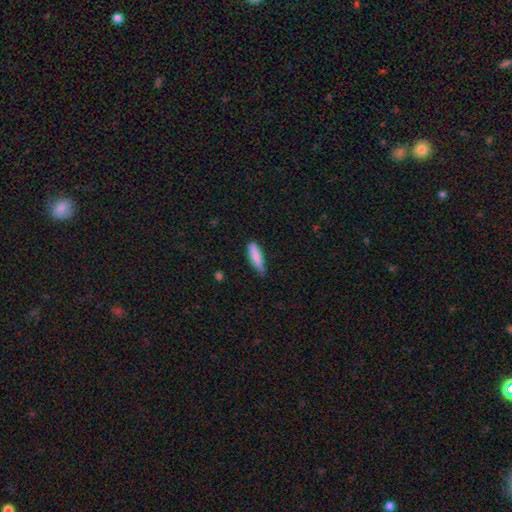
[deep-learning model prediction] The model was most divided on "how rounded": cigar-shaped: 59%, in between: 39%, round: 2%. More confident: smooth or featured — smooth (85%); merging — none (61%).